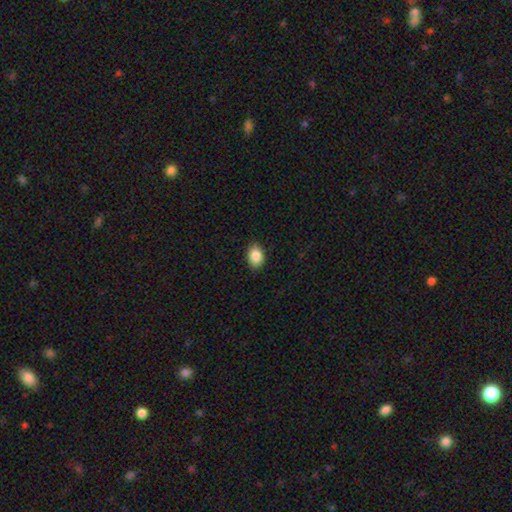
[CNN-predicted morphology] Smooth or featured? smooth (88%)
How rounded? in between (79%)
Merging? none (88%)